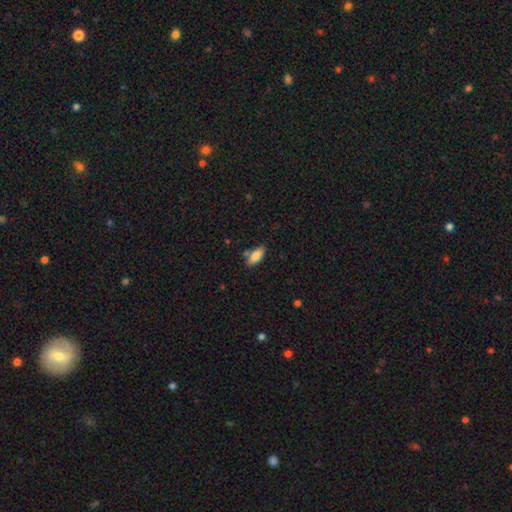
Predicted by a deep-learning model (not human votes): smooth 84%, featured or disk 9%, star or artifact 7%. Down the decision tree: how rounded — in between (80%); merging — none (72%).